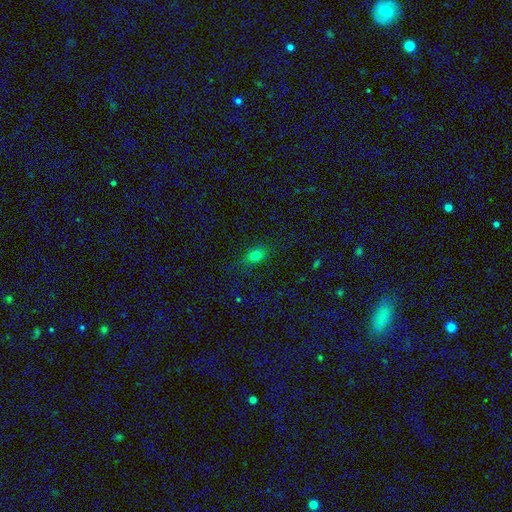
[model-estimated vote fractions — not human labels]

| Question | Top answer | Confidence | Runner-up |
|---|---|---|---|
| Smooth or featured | smooth | 70% | star or artifact (20%) |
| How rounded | in between | 58% | round (38%) |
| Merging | none | 77% | minor disturbance (15%) |